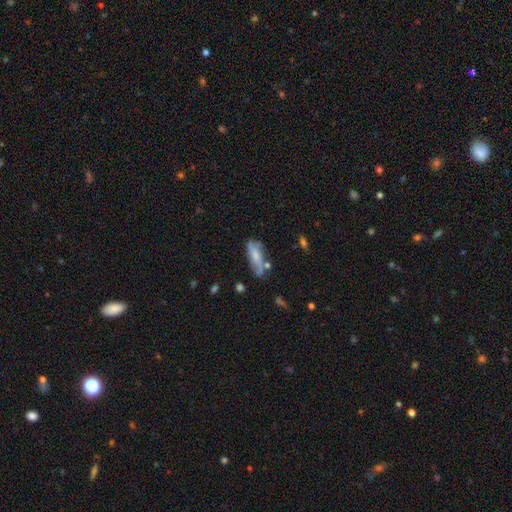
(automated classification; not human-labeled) This is possibly a smooth galaxy (54%). How rounded: possibly in between (56%). Merging: possibly none (49%).